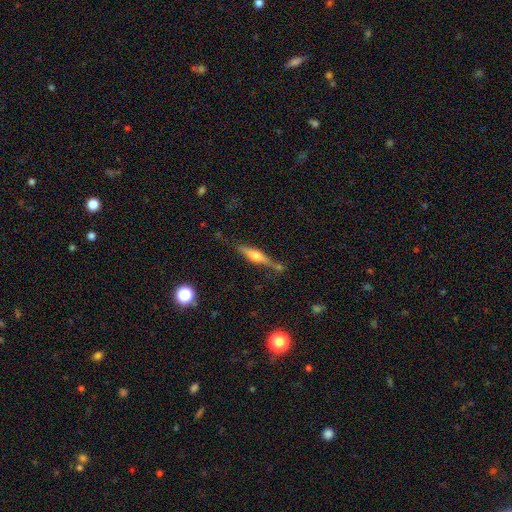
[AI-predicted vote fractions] The model was most divided on "smooth or featured": featured or disk: 60%, smooth: 33%, star or artifact: 8%. More confident: edge-on disk — yes (94%); edge-on bulge — rounded (88%); merging — none (71%).